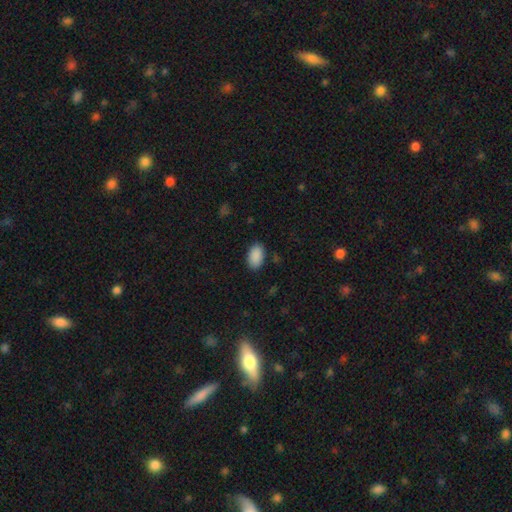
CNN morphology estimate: Q: Smooth or featured?
A: smooth (90%); runner-up: star or artifact (7%)
Q: How rounded?
A: in between (94%); runner-up: round (5%)
Q: Merging?
A: none (87%); runner-up: minor disturbance (10%)